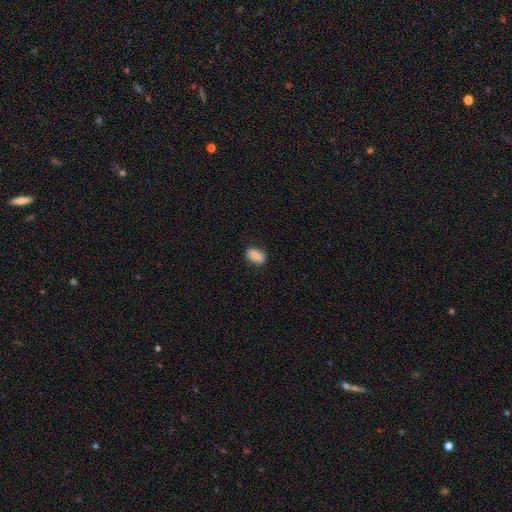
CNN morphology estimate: Q: Smooth or featured?
A: smooth (88%); runner-up: star or artifact (7%)
Q: How rounded?
A: in between (89%); runner-up: round (8%)
Q: Merging?
A: none (84%); runner-up: minor disturbance (12%)